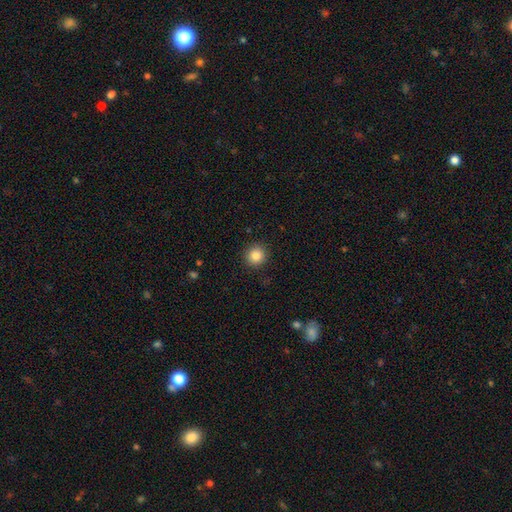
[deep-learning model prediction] Q: Smooth or featured?
A: smooth (85%); runner-up: star or artifact (10%)
Q: How rounded?
A: round (93%); runner-up: in between (6%)
Q: Merging?
A: none (91%); runner-up: minor disturbance (6%)